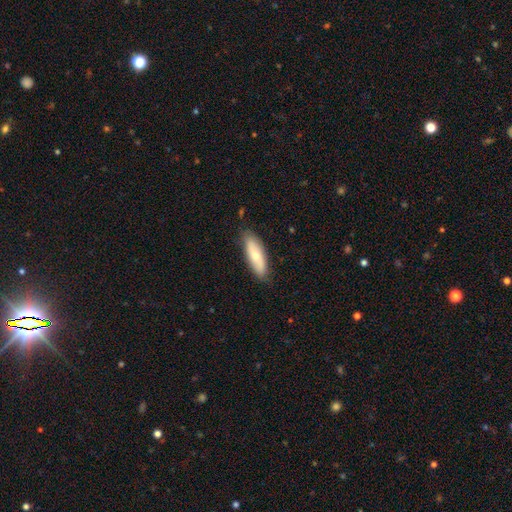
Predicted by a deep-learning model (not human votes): A smooth galaxy with no disk features (65%) that is in between round and cigar-shaped (58%). Merging: none (84%).